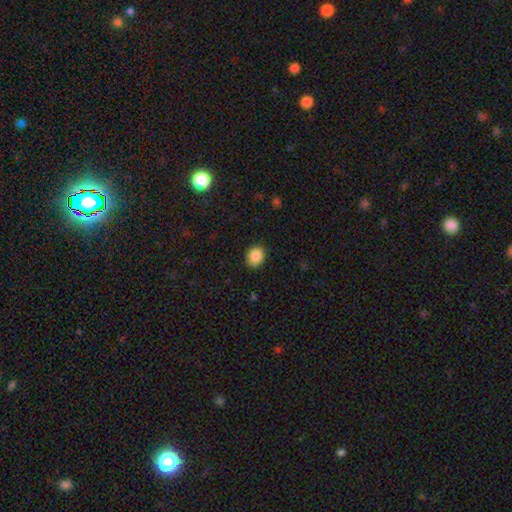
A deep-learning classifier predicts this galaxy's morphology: The model was most divided on "how rounded": round: 67%, in between: 32%, cigar-shaped: 1%. More confident: merging — none (87%); smooth or featured — smooth (87%).